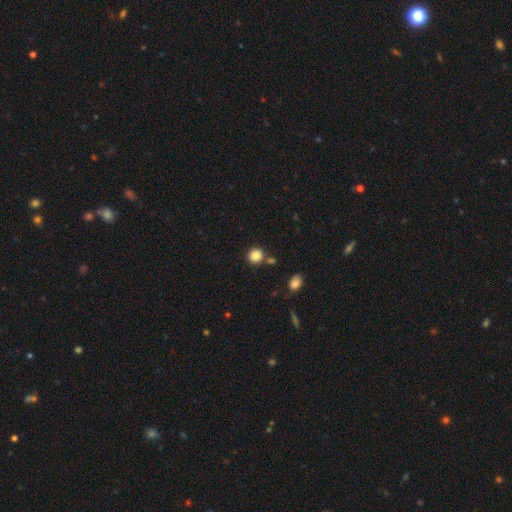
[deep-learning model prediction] Overall: smooth (86%). How rounded: round (87%). Merging: none (77%).